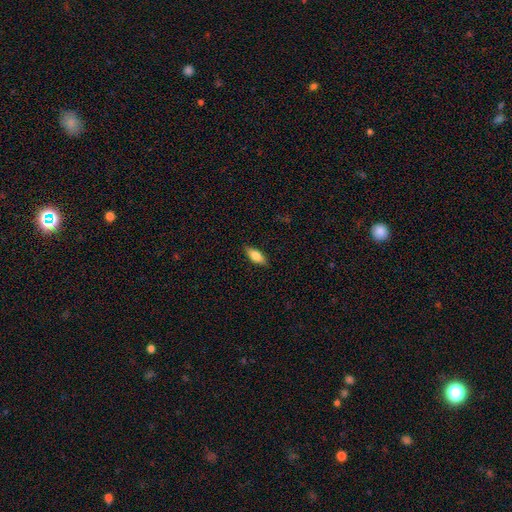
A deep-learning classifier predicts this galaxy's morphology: Q: Smooth or featured?
A: smooth (79%); runner-up: featured or disk (15%)
Q: How rounded?
A: in between (78%); runner-up: cigar-shaped (19%)
Q: Merging?
A: none (87%); runner-up: minor disturbance (10%)